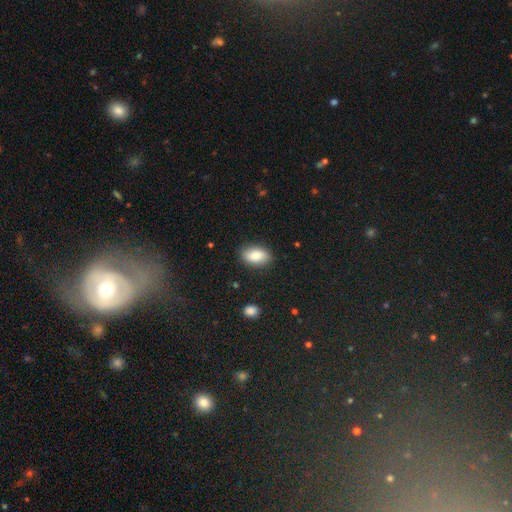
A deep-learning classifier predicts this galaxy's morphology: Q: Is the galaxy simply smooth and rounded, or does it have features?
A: smooth — 86%.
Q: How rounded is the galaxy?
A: in between — 91%.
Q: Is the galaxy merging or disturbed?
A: none — 85%.